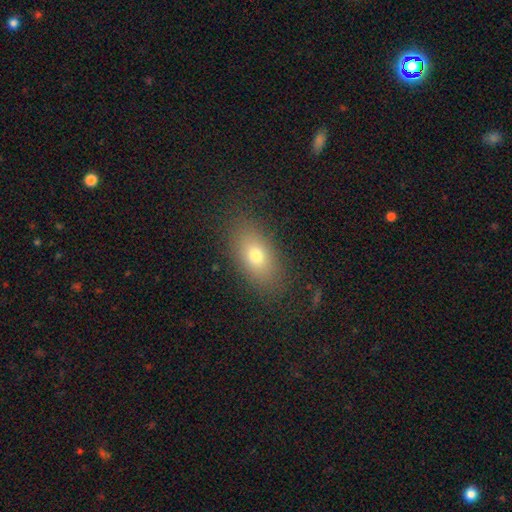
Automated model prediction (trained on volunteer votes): smooth-or-featured: smooth: 73% | featured or disk: 16% | star or artifact: 12%
  how-rounded: in between: 84% | round: 10% | cigar-shaped: 6%
  merging: none: 85% | minor disturbance: 10% | major disturbance: 4% | merger: 1%